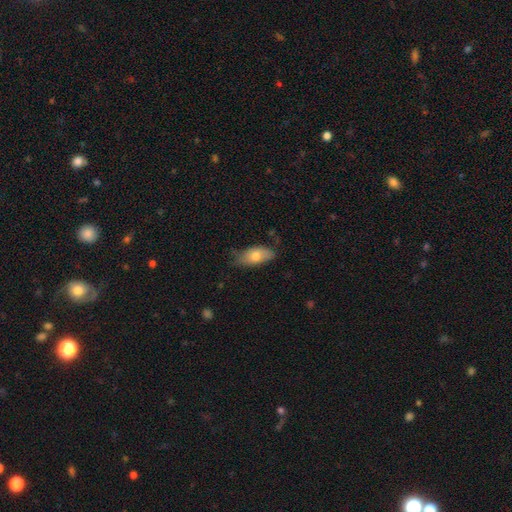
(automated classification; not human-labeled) Q: Smooth or featured?
A: smooth (72%); runner-up: featured or disk (21%)
Q: How rounded?
A: in between (88%); runner-up: cigar-shaped (9%)
Q: Merging?
A: none (63%); runner-up: minor disturbance (30%)